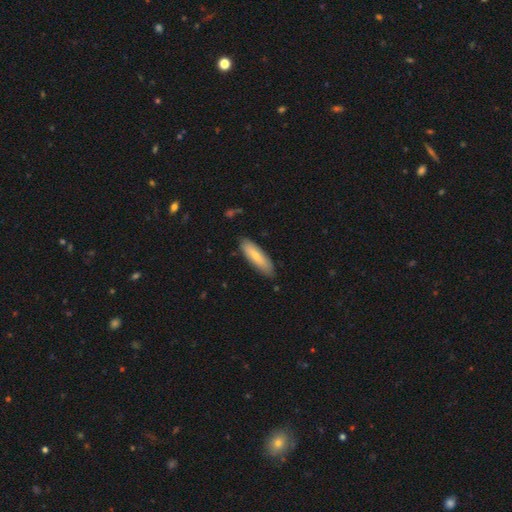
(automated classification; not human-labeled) This is likely a smooth galaxy (69%). How rounded: possibly cigar-shaped (54%). Merging: clearly none (84%).